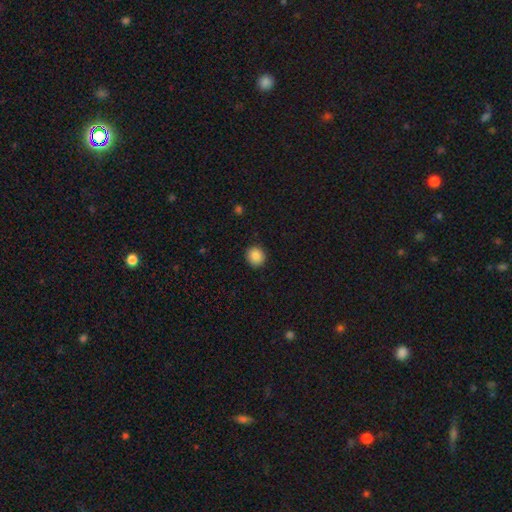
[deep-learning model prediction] A smooth galaxy with no disk features (87%) that is round (89%).

Vote fractions:
- Smooth or featured? smooth: 87% / star or artifact: 9% / featured or disk: 4%
- How rounded? round: 89% / in between: 10% / cigar-shaped: 1%
- Merging? none: 91% / minor disturbance: 6% / major disturbance: 2% / merger: 1%